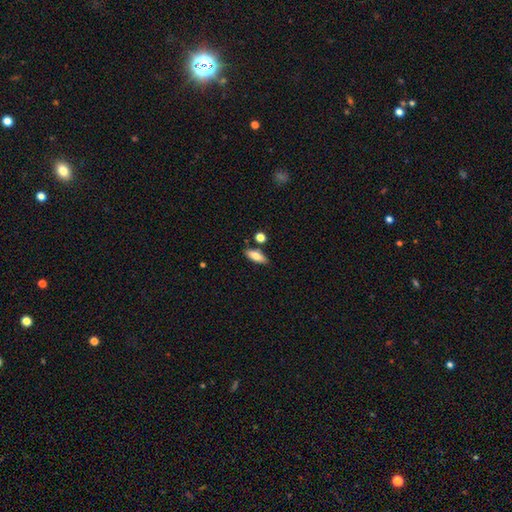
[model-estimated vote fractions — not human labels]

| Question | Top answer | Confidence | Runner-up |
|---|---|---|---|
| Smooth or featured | smooth | 75% | featured or disk (18%) |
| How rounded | in between | 69% | cigar-shaped (28%) |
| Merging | none | 80% | minor disturbance (10%) |